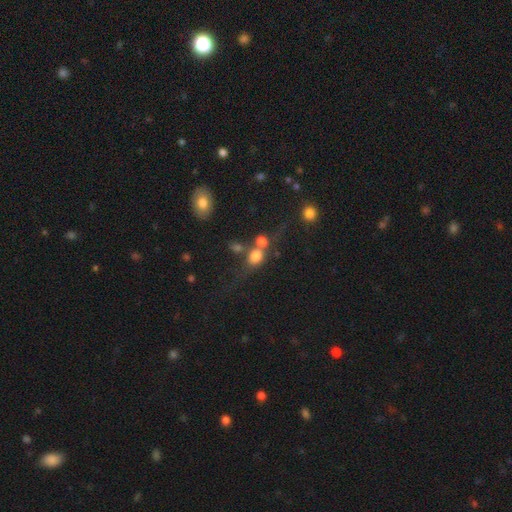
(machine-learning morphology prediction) This is likely a smooth galaxy (75%). How rounded: possibly round (59%). Merging: possibly merger (46%).